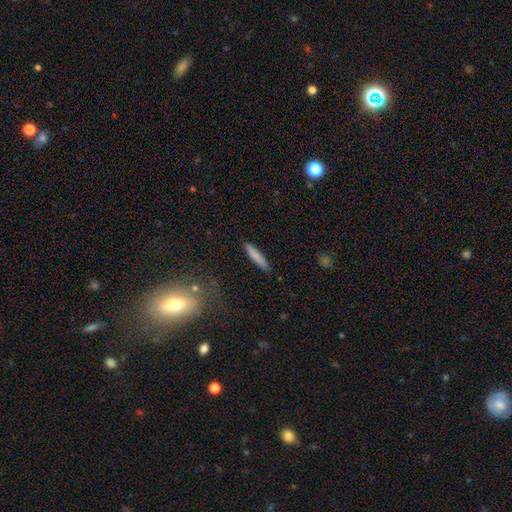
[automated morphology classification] Smooth or featured? smooth (81%)
How rounded? cigar-shaped (89%)
Merging? none (88%)